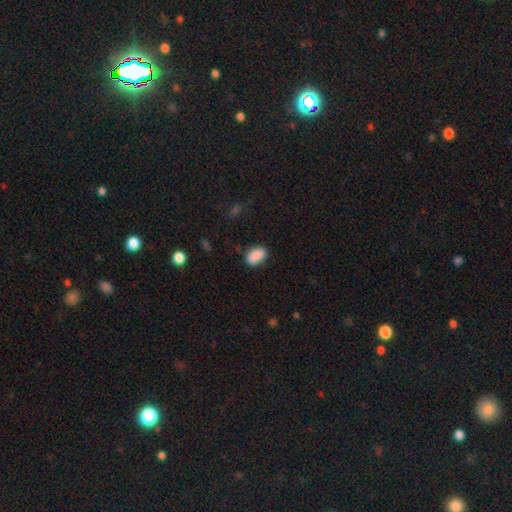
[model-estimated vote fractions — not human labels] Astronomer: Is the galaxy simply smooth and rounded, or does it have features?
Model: smooth — 89%.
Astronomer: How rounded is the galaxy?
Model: in between — 91%.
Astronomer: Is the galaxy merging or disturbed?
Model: none — 81%.